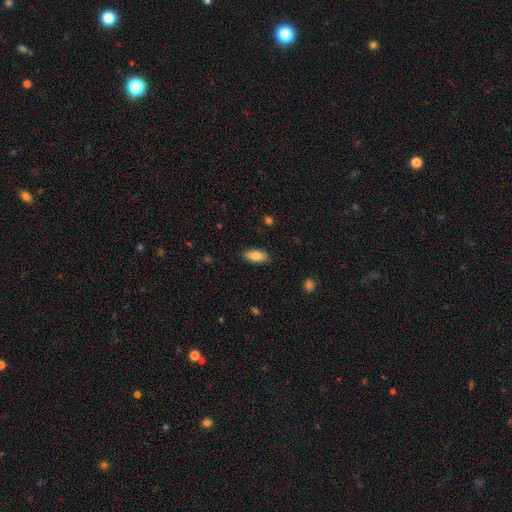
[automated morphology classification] Smooth or featured? smooth (82%)
How rounded? in between (89%)
Merging? none (87%)